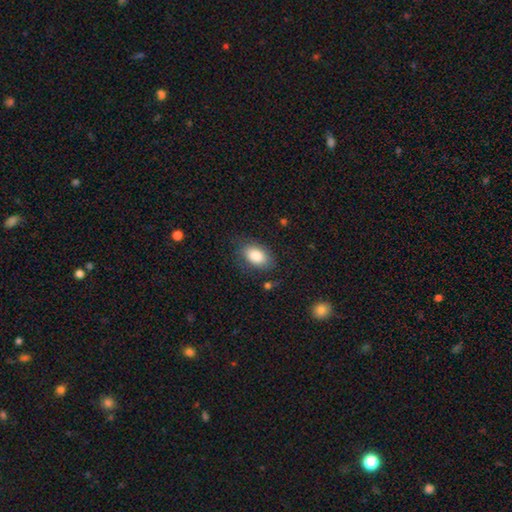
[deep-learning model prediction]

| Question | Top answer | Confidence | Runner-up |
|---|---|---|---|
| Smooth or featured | smooth | 84% | featured or disk (9%) |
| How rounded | in between | 90% | round (8%) |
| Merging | none | 75% | minor disturbance (17%) |